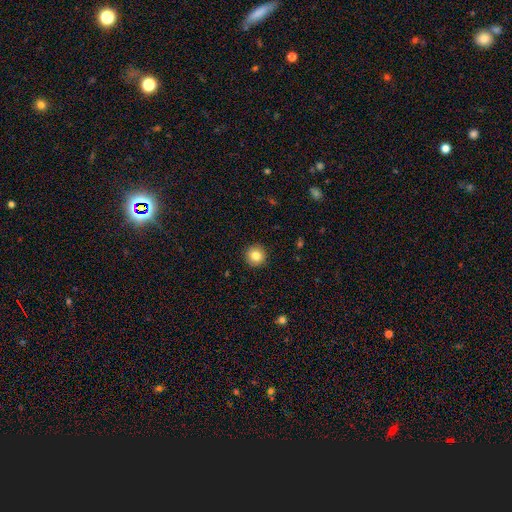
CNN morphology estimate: smooth-or-featured: smooth: 83% | star or artifact: 10% | featured or disk: 7%
  how-rounded: round: 95% | in between: 4% | cigar-shaped: 1%
  merging: none: 93% | minor disturbance: 5% | major disturbance: 2% | merger: 1%